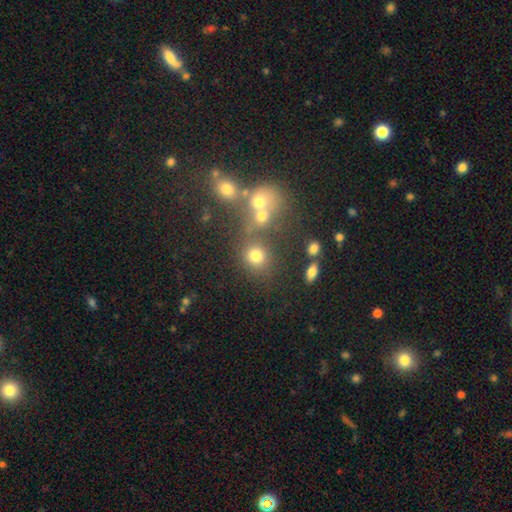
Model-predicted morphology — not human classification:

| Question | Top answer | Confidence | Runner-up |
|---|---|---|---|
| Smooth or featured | smooth | 75% | star or artifact (17%) |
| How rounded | round | 80% | in between (18%) |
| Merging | none | 63% | merger (21%) |